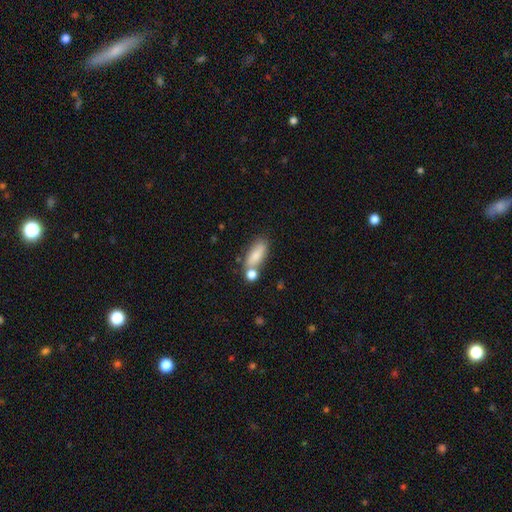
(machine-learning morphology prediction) smooth 79%, featured or disk 13%, star or artifact 8%. Down the decision tree: how rounded — in between (72%); merging — none (56%).